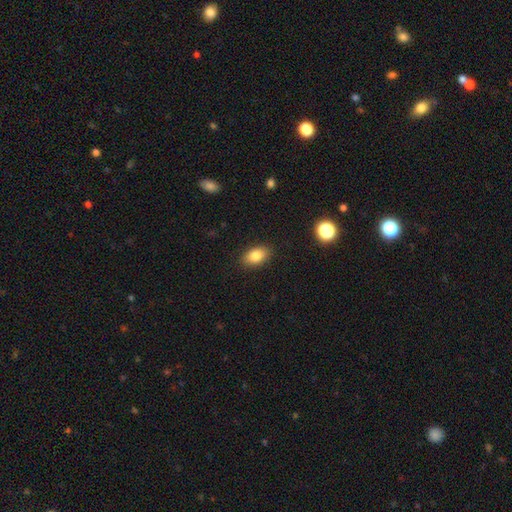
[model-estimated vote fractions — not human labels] Morphology: type=smooth (83%); roundness=in between (89%); merging=none (88%).